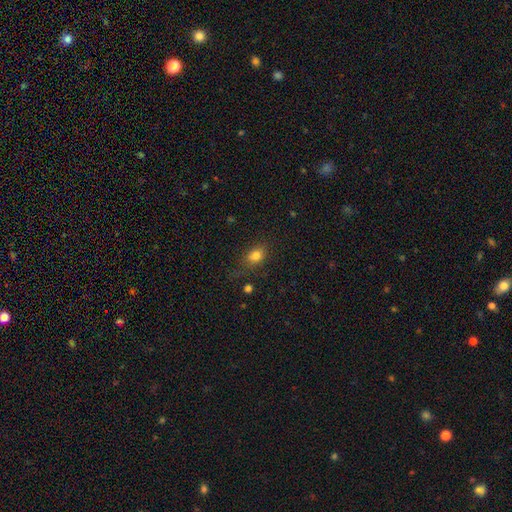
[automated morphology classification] smooth-or-featured: smooth: 81% | star or artifact: 12% | featured or disk: 8%
  how-rounded: in between: 65% | round: 32% | cigar-shaped: 3%
  merging: none: 66% | minor disturbance: 21% | major disturbance: 10% | merger: 3%